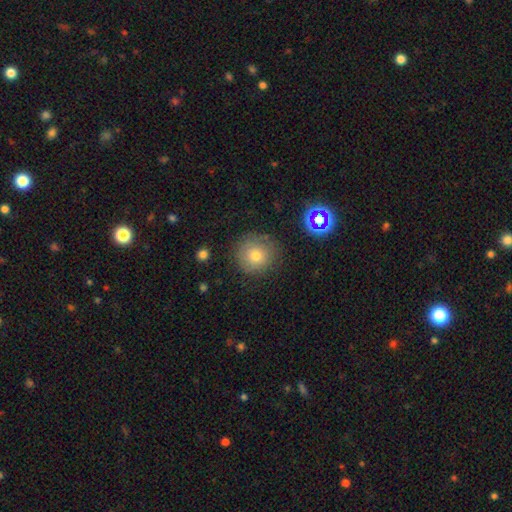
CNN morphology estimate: Overall: smooth (71%). How rounded: round (93%). Merging: none (80%).